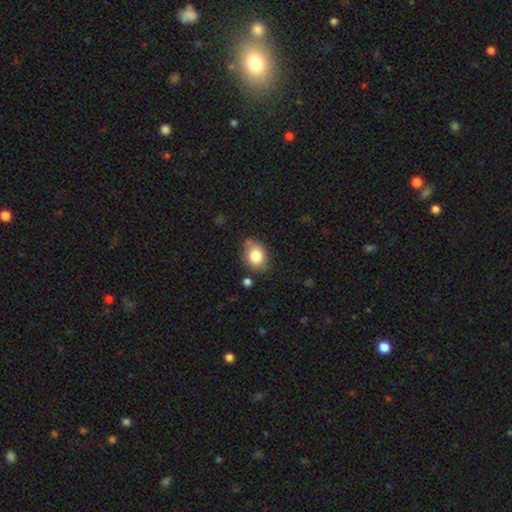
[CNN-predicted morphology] The model was most divided on "how rounded": in between: 63%, round: 36%, cigar-shaped: 1%. More confident: smooth or featured — smooth (80%); merging — none (70%).